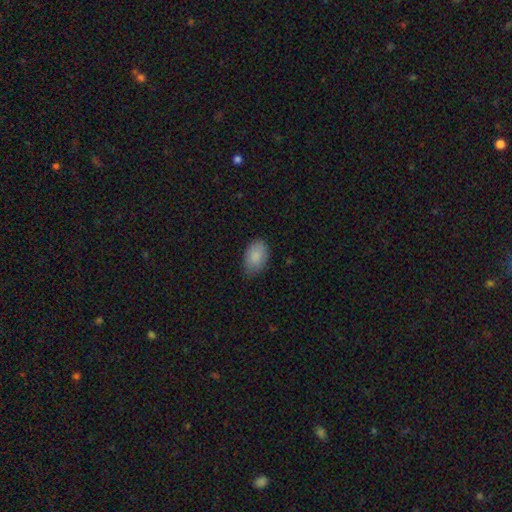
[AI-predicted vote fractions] Smooth or featured? Predicted: smooth (p=0.87). How rounded? Predicted: in between (p=0.90). Merging? Predicted: none (p=0.75).